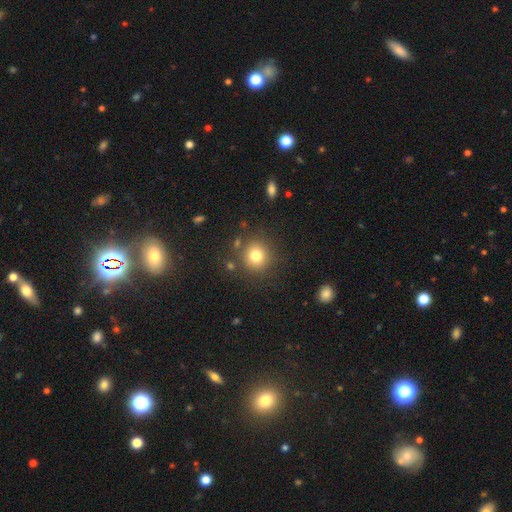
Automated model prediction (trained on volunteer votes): A smooth galaxy with no disk features (78%) that is round (90%). Merging: none (84%).